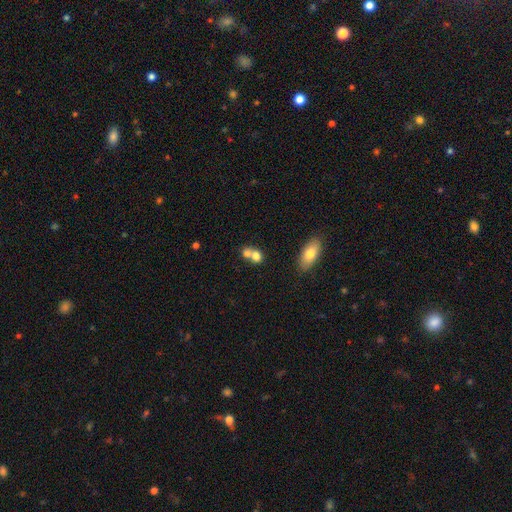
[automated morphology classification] Q: Smooth or featured?
A: smooth (75%); runner-up: featured or disk (15%)
Q: How rounded?
A: round (58%); runner-up: in between (40%)
Q: Merging?
A: merger (60%); runner-up: none (29%)